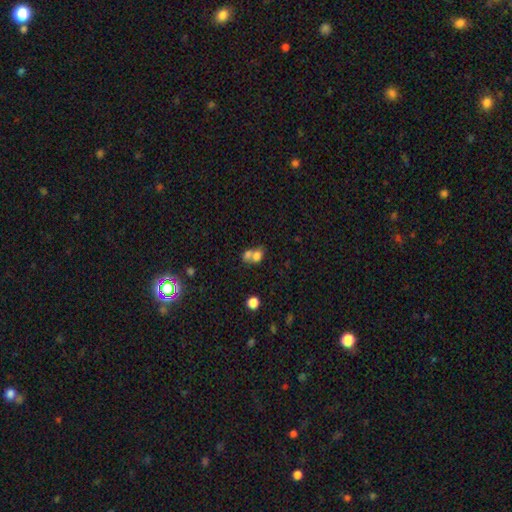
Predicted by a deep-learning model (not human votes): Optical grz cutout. It shows a smooth galaxy with no disk features (71%) that is in between round and cigar-shaped (53%). Merging: merger (65%).